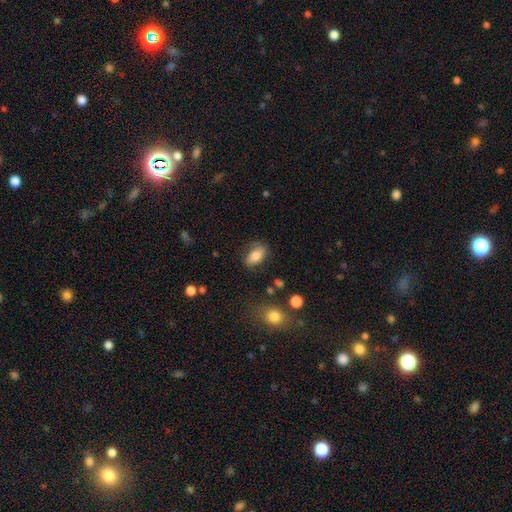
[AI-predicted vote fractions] Morphology: type=smooth (76%); roundness=in between (89%); merging=none (73%).